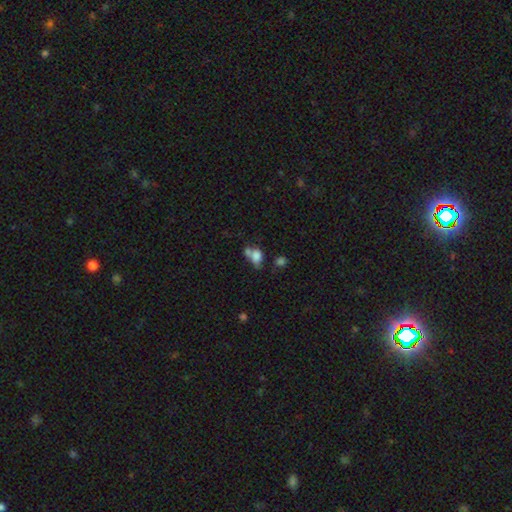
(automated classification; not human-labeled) smooth-or-featured: smooth: 73% | featured or disk: 15% | star or artifact: 12%
  how-rounded: in between: 63% | round: 35% | cigar-shaped: 2%
  merging: merger: 46% | none: 26% | minor disturbance: 15% | major disturbance: 12%